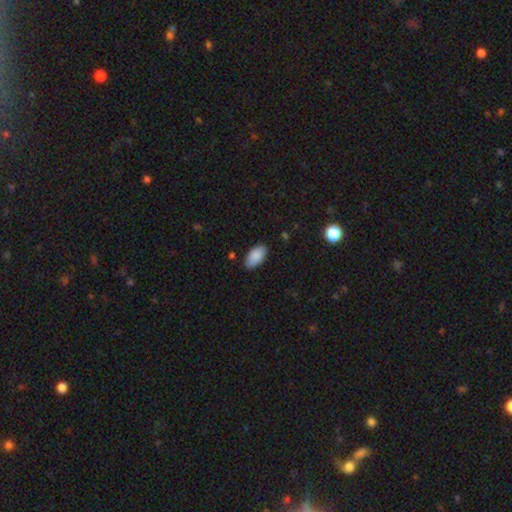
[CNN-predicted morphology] Smooth or featured? smooth (89%)
How rounded? in between (95%)
Merging? none (85%)